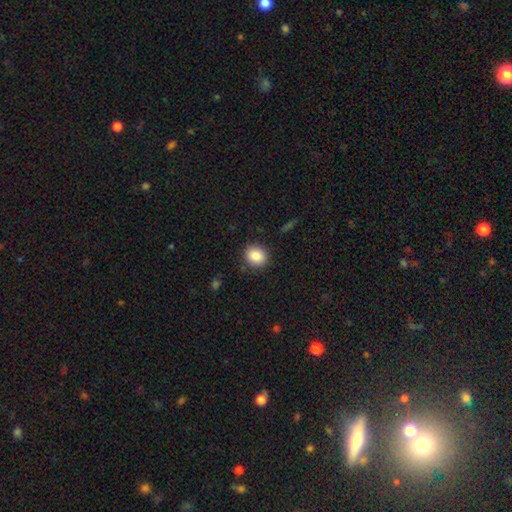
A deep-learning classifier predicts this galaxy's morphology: A smooth galaxy with no disk features (87%) that is round (76%).

Vote fractions:
- Smooth or featured? smooth: 87% / star or artifact: 8% / featured or disk: 4%
- How rounded? round: 76% / in between: 23% / cigar-shaped: 1%
- Merging? none: 86% / minor disturbance: 10% / major disturbance: 3% / merger: 1%